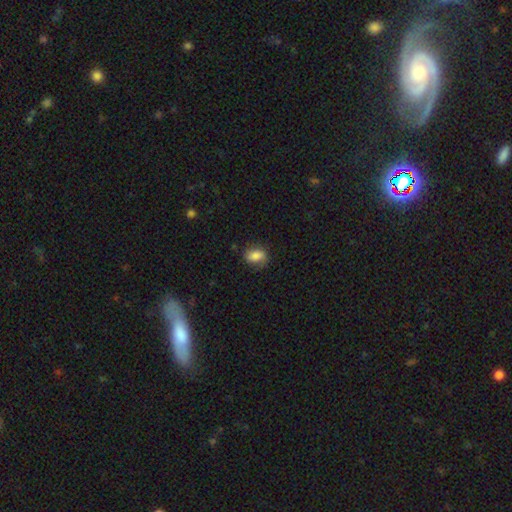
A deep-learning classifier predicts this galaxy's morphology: smooth_or_featured: smooth (p=0.82) [alt: featured or disk p=0.10]
how_rounded: in between (p=0.80) [alt: round p=0.18]
merging: none (p=0.74) [alt: minor disturbance p=0.20]